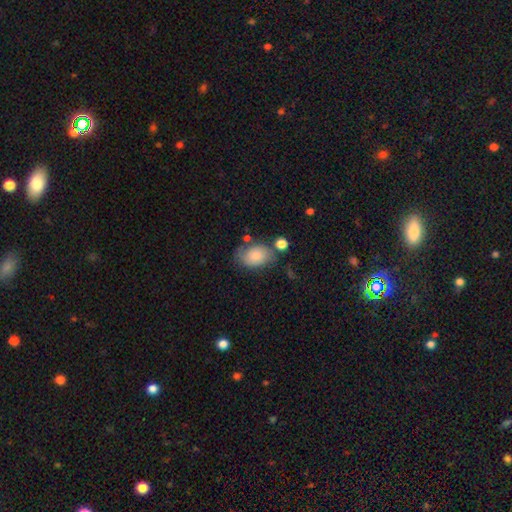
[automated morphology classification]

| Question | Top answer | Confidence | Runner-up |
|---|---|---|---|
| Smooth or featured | smooth | 76% | featured or disk (17%) |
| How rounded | in between | 80% | round (19%) |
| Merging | none | 58% | minor disturbance (24%) |